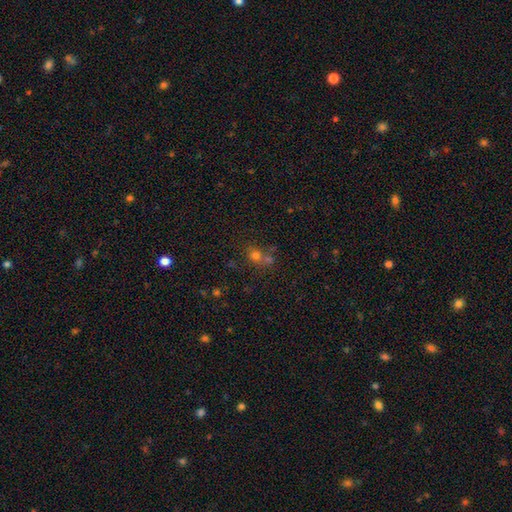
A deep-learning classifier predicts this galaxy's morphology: Smooth or featured? Predicted: smooth (p=0.66). How rounded? Predicted: round (p=0.78). Merging? Predicted: none (p=0.46).